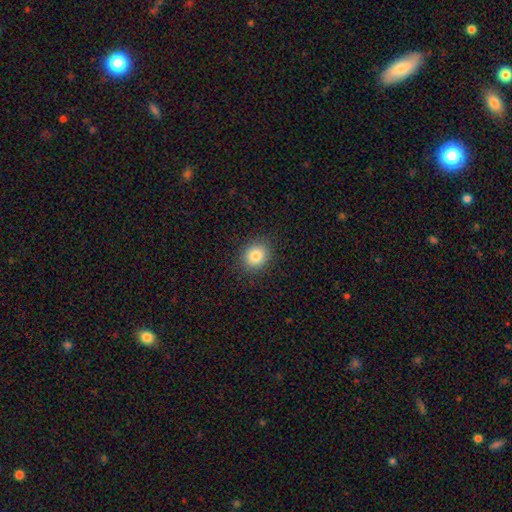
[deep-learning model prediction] Smooth or featured: smooth — 84% (star or artifact — 10%)
How rounded: round — 69% (in between — 30%)
Merging: none — 89% (minor disturbance — 7%)